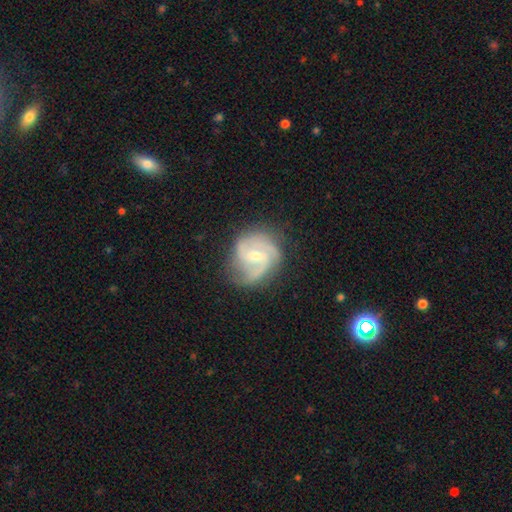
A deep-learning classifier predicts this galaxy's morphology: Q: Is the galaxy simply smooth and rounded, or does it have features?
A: featured or disk — 86%.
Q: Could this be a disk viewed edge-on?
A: no — 98%.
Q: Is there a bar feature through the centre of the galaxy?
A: weak — 52%.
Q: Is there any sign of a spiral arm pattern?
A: yes — 97%.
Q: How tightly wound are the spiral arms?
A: medium — 51%.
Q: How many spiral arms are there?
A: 2 — 43%.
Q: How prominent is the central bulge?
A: small — 57%.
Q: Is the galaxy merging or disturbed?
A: none — 67%.